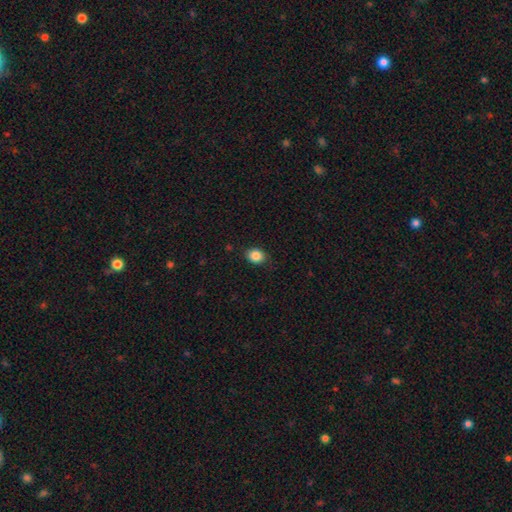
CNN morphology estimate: A smooth galaxy with no disk features (87%) that is in between round and cigar-shaped (50%). Merging: none (83%).